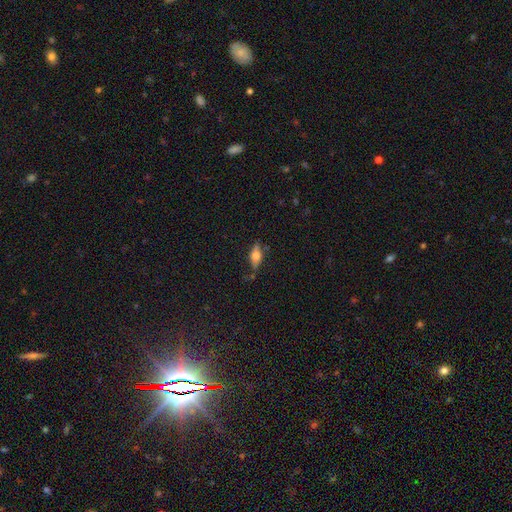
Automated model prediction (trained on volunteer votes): Smooth or featured? featured or disk (46%)
Merging? none (70%)